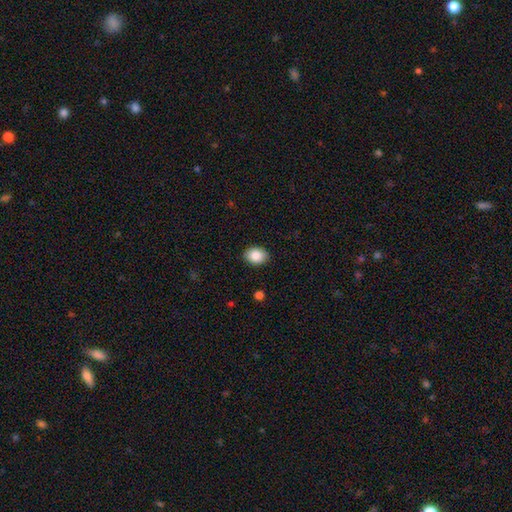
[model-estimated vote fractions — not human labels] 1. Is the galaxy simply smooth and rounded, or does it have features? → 87% smooth, 8% star or artifact, 5% featured or disk.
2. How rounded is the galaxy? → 67% in between, 32% round, 1% cigar-shaped.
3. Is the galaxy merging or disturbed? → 90% none, 8% minor disturbance, 2% major disturbance, 1% merger.